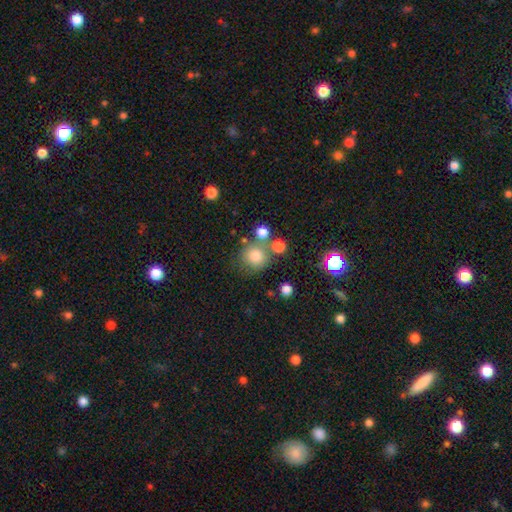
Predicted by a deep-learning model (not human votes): A smooth galaxy with no disk features (77%) that is round (89%).

Vote fractions:
- Smooth or featured? smooth: 77% / star or artifact: 14% / featured or disk: 9%
- How rounded? round: 89% / in between: 10% / cigar-shaped: 1%
- Merging? none: 66% / merger: 18% / minor disturbance: 11% / major disturbance: 5%